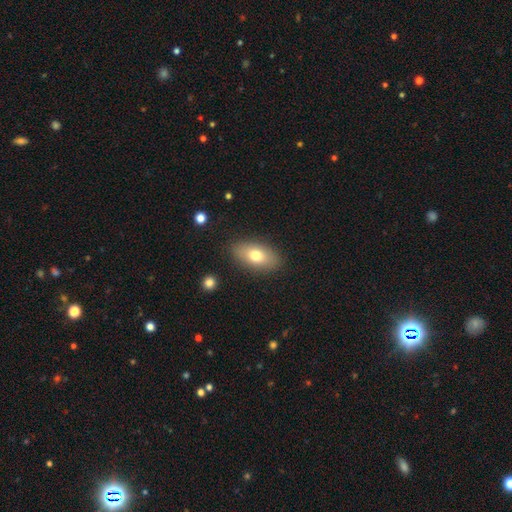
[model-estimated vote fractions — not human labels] Overall: smooth (74%). How rounded: in between (89%). Merging: none (85%).